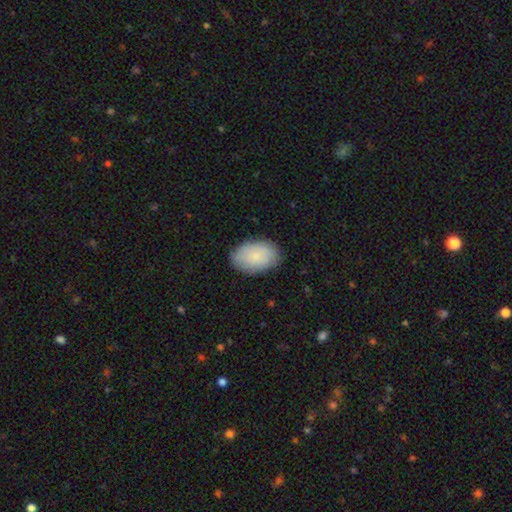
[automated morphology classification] This is clearly a smooth galaxy (83%). How rounded: clearly in between (90%). Merging: clearly none (84%).